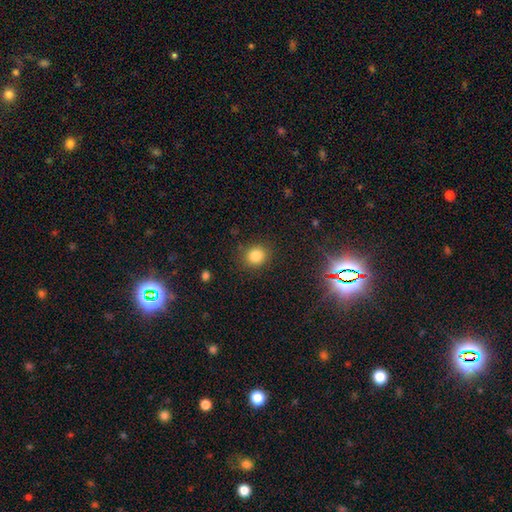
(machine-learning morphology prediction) Q: Smooth or featured?
A: smooth (82%); runner-up: star or artifact (12%)
Q: How rounded?
A: round (78%); runner-up: in between (21%)
Q: Merging?
A: none (86%); runner-up: minor disturbance (9%)